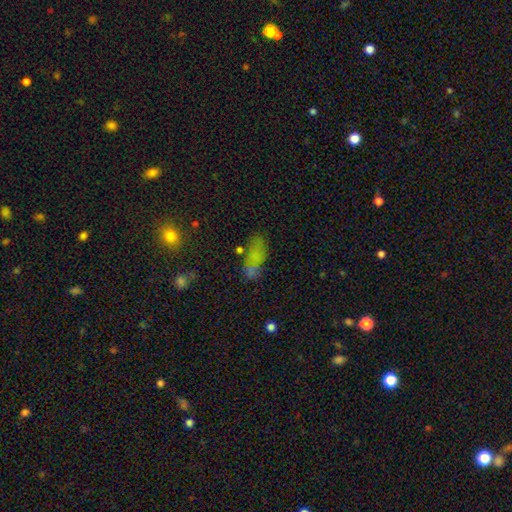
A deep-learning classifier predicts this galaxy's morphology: Smooth or featured? Predicted: smooth (p=0.64). How rounded? Predicted: in between (p=0.74). Merging? Predicted: none (p=0.57).